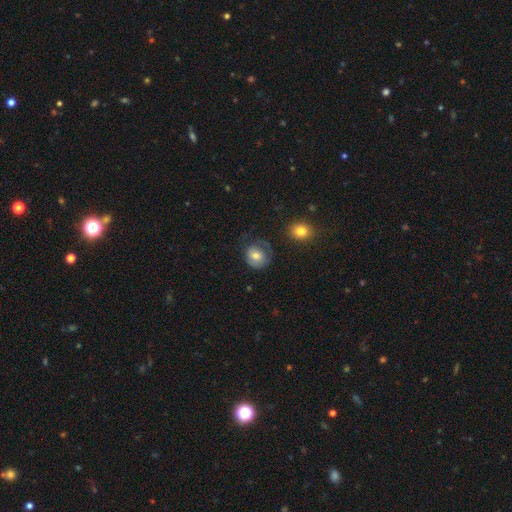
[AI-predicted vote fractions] smooth_or_featured: smooth (p=0.66) [alt: featured or disk p=0.25]
how_rounded: round (p=0.69) [alt: in between p=0.30]
merging: none (p=0.55) [alt: minor disturbance p=0.26]